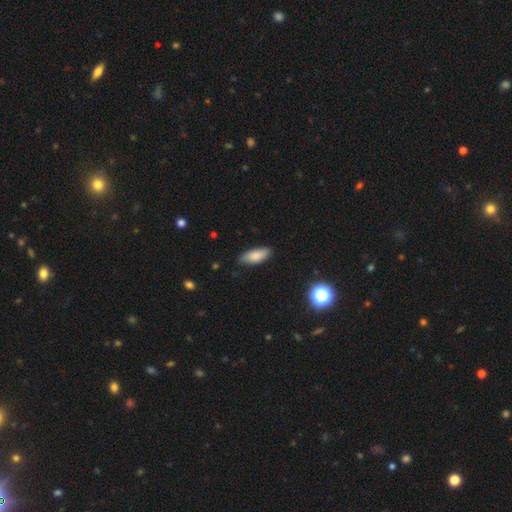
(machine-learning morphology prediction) This is clearly a smooth galaxy (84%). How rounded: likely in between (79%). Merging: clearly none (81%).